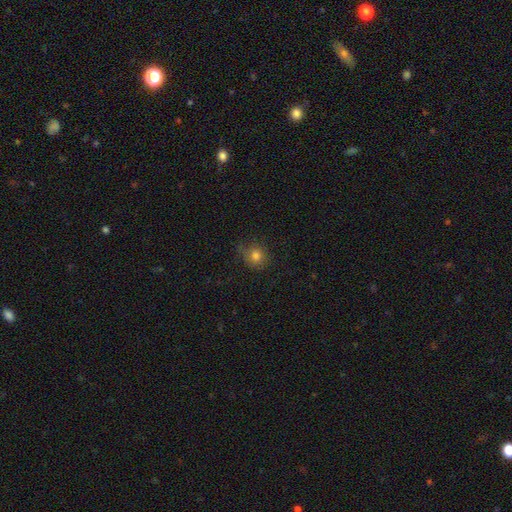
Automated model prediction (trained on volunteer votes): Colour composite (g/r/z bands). It shows a smooth galaxy with no disk features (78%) that is round (82%). Merging: none (68%).